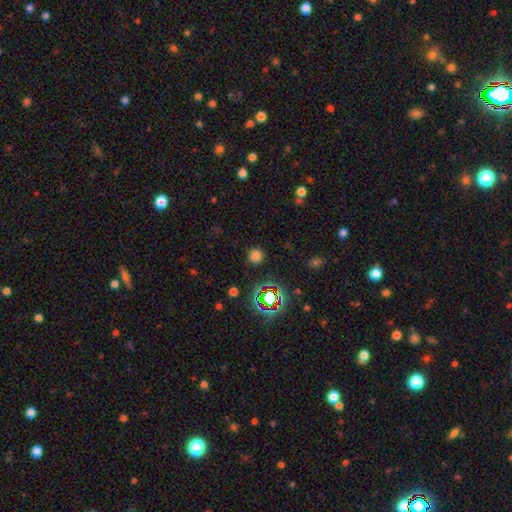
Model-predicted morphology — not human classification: Smooth or featured: smooth — 72% (star or artifact — 22%)
How rounded: round — 93% (in between — 6%)
Merging: none — 89% (minor disturbance — 7%)